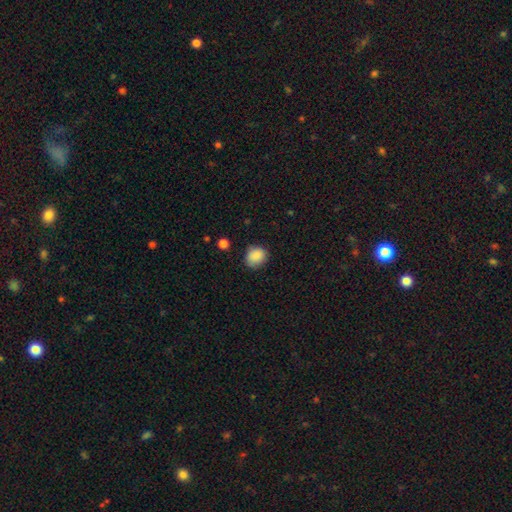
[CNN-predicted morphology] smooth 88%, star or artifact 9%, featured or disk 4%. Down the decision tree: how rounded — round (71%); merging — none (79%).